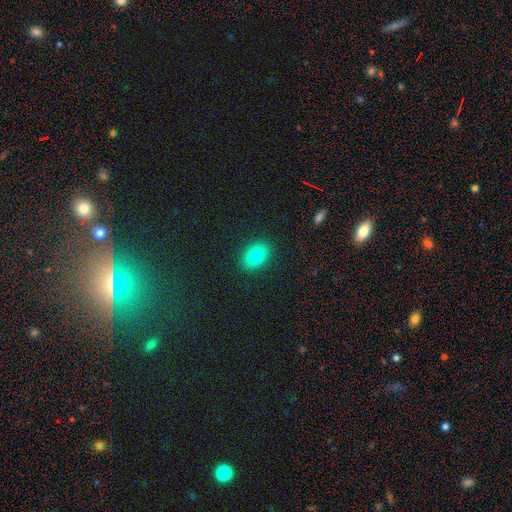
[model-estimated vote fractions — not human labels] This appears to be a smooth galaxy with no disk features (83%) that is in between round and cigar-shaped (80%). Merging: none (89%).